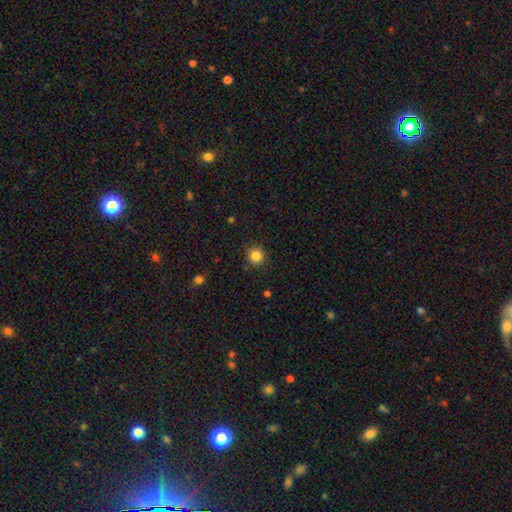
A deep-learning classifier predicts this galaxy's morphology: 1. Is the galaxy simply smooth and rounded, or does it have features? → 84% smooth, 11% star or artifact, 5% featured or disk.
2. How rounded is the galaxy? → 92% round, 7% in between, 1% cigar-shaped.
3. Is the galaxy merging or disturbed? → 90% none, 7% minor disturbance, 2% major disturbance, 1% merger.